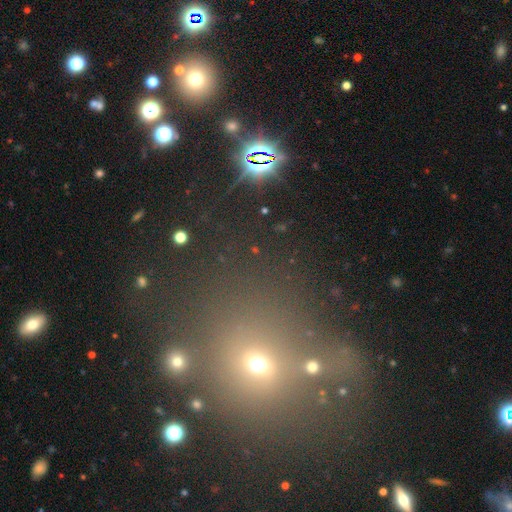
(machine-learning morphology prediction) Overall: star or artifact (51%; smooth 39%).